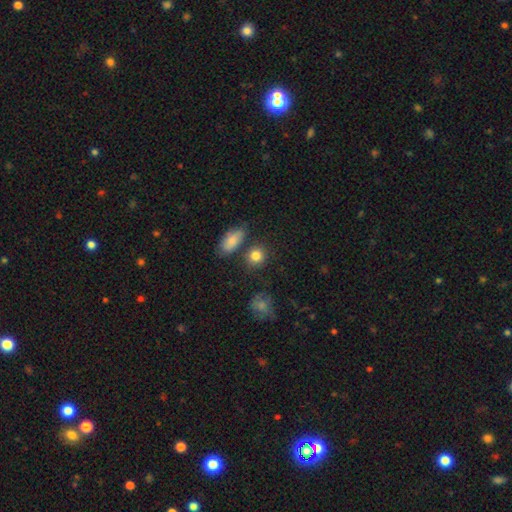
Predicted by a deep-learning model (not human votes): A smooth galaxy with no disk features (85%) that is round (76%).

Vote fractions:
- Smooth or featured? smooth: 85% / star or artifact: 9% / featured or disk: 6%
- How rounded? round: 76% / in between: 23% / cigar-shaped: 2%
- Merging? none: 75% / minor disturbance: 11% / merger: 10% / major disturbance: 4%